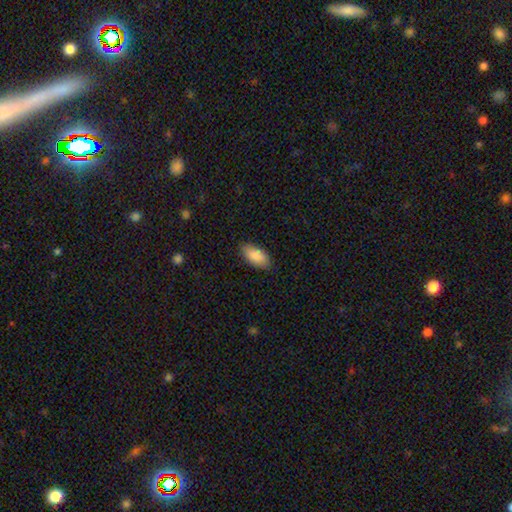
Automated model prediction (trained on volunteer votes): Overall: smooth (88%). How rounded: in between (92%). Merging: none (86%).